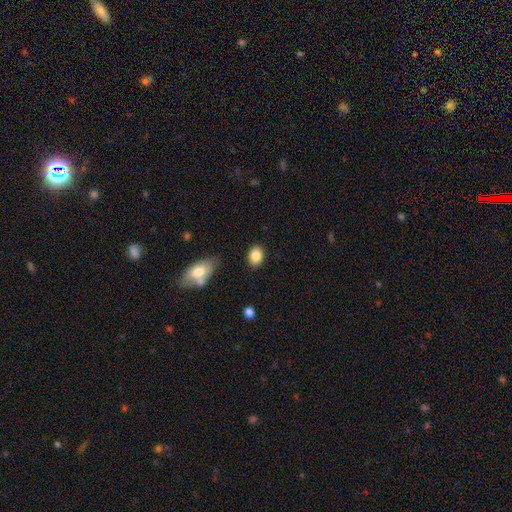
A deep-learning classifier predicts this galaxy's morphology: Smooth or featured: smooth — 86% (star or artifact — 8%)
How rounded: in between — 69% (round — 30%)
Merging: none — 85% (minor disturbance — 10%)